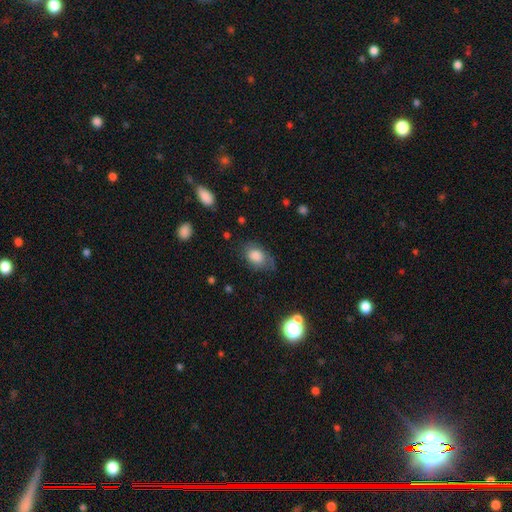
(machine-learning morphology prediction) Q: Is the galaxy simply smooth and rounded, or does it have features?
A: smooth — 79%.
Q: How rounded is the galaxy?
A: in between — 74%.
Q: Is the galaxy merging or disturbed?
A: none — 59%.